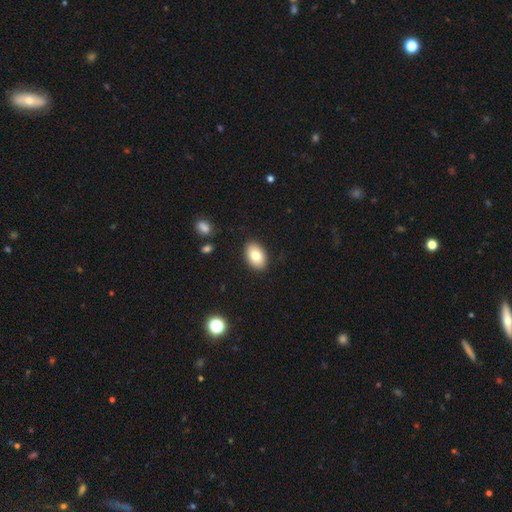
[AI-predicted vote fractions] Smooth or featured?
  - smooth: 80% *
  - featured or disk: 12%
  - star or artifact: 8%
How rounded?
  - in between: 89% *
  - round: 10%
  - cigar-shaped: 1%
Merging?
  - none: 88% *
  - minor disturbance: 8%
  - major disturbance: 2%
  - merger: 1%